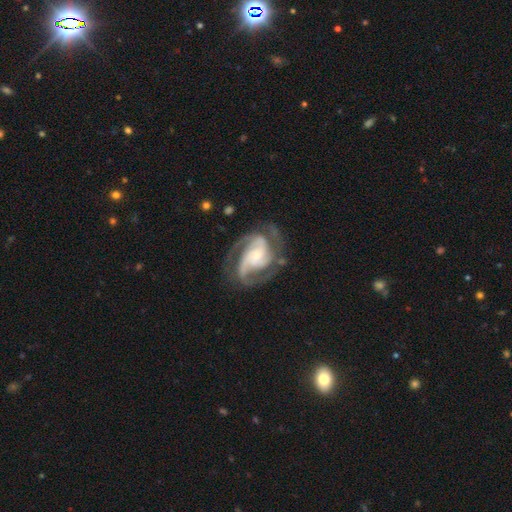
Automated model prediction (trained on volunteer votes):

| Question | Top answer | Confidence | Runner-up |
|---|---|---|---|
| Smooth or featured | featured or disk | 92% | star or artifact (4%) |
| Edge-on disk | no | 98% | yes (2%) |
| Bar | no | 52% | weak (32%) |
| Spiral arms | yes | 98% | no (2%) |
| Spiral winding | medium | 47% | tight (45%) |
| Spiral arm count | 3 | 45% | 2 (35%) |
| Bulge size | small | 53% | moderate (29%) |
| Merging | none | 70% | minor disturbance (17%) |